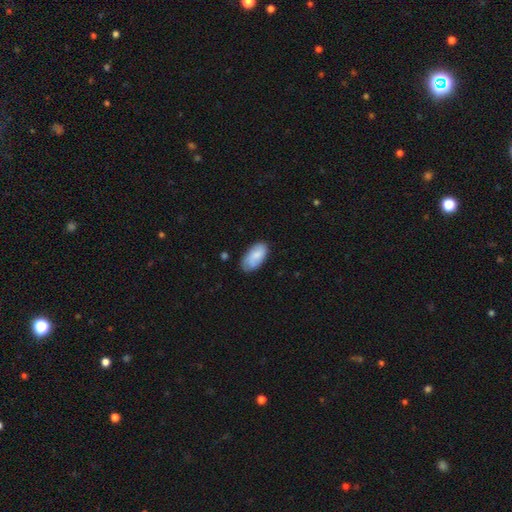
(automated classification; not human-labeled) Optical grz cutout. It shows a smooth galaxy with no disk features (77%) that is in between round and cigar-shaped (94%). Merging: none (74%).